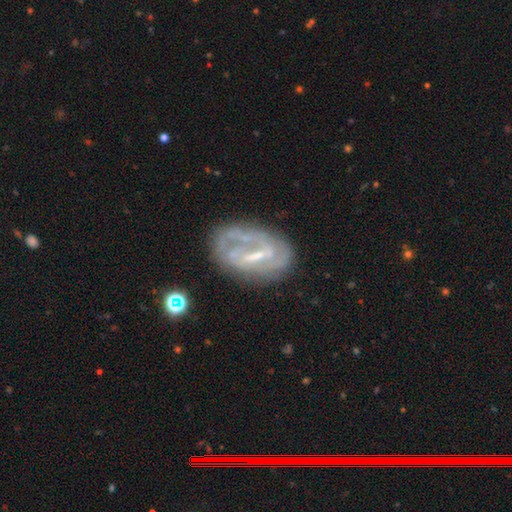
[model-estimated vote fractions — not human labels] A featured or disk galaxy (75%) with a weak bar (41%, tied with strong), spiral arms (65%) and a small central bulge (49%). Merging: none (59%).